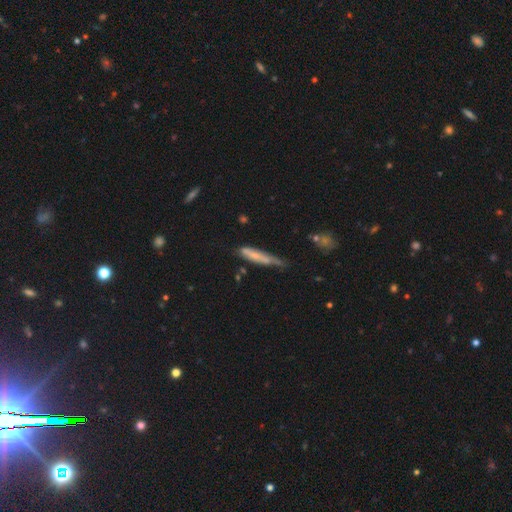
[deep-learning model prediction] Smooth or featured: smooth — 58% (featured or disk — 34%)
How rounded: cigar-shaped — 85% (in between — 13%)
Merging: none — 44% (minor disturbance — 37%)